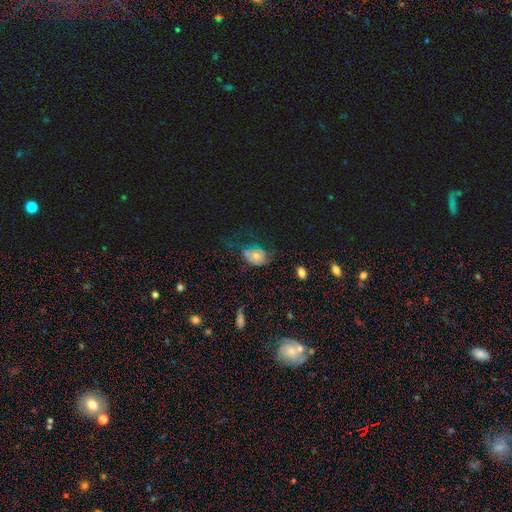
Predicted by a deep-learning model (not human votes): The model was most divided on "smooth or featured": featured or disk: 44%, smooth: 43%, star or artifact: 13%. Remaining: merging — none (42%).